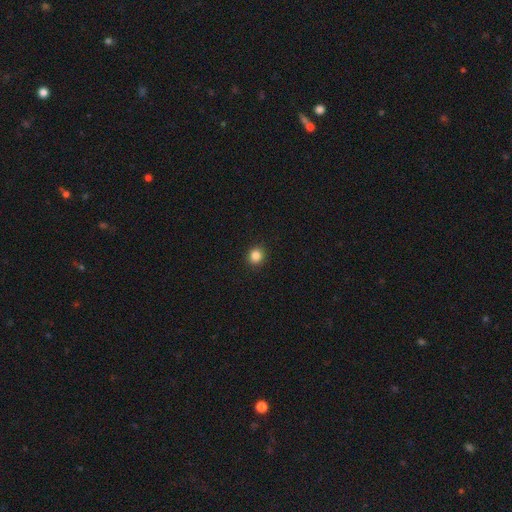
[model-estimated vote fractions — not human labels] smooth_or_featured: smooth (p=0.85) [alt: star or artifact p=0.11]
how_rounded: round (p=0.88) [alt: in between p=0.11]
merging: none (p=0.92) [alt: minor disturbance p=0.05]